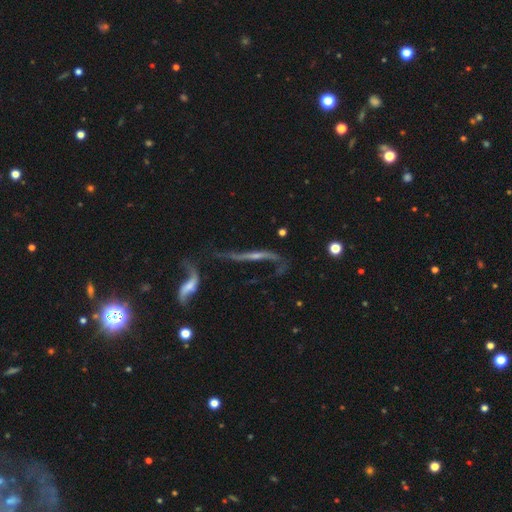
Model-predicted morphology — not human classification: Q: Smooth or featured?
A: featured or disk (78%); runner-up: smooth (12%)
Q: Edge-on disk?
A: no (51%); runner-up: yes (49%)
Q: Merging?
A: none (37%); runner-up: major disturbance (28%)